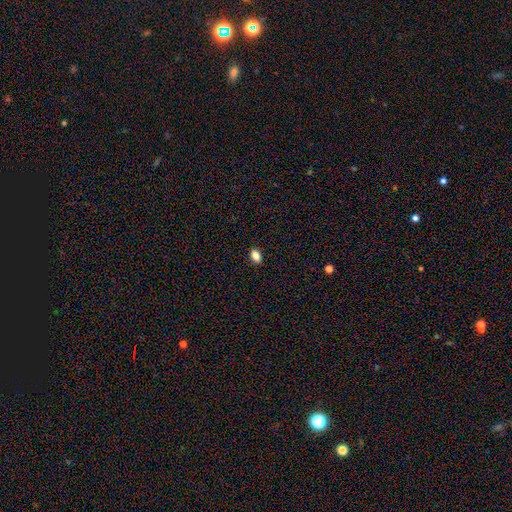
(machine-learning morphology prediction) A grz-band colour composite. It shows a smooth galaxy with no disk features (84%) that is in between round and cigar-shaped (86%). Merging: none (90%).